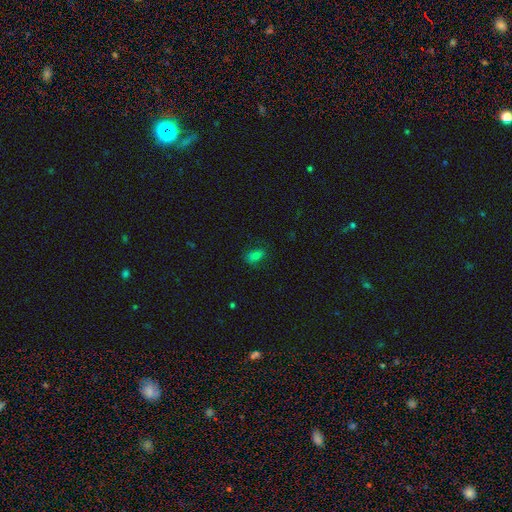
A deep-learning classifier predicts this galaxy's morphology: This is likely a smooth galaxy (74%). How rounded: clearly in between (81%). Merging: likely none (73%).